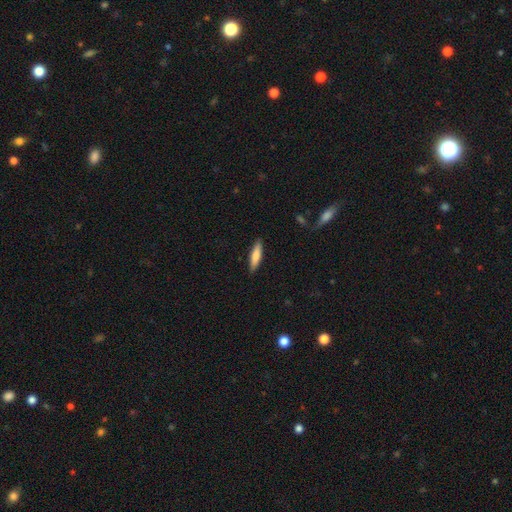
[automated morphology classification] A smooth galaxy with no disk features (77%) that is cigar-shaped (76%).

Vote fractions:
- Smooth or featured? smooth: 77% / featured or disk: 18% / star or artifact: 6%
- How rounded? cigar-shaped: 76% / in between: 22% / round: 1%
- Merging? none: 88% / minor disturbance: 9% / major disturbance: 2% / merger: 1%